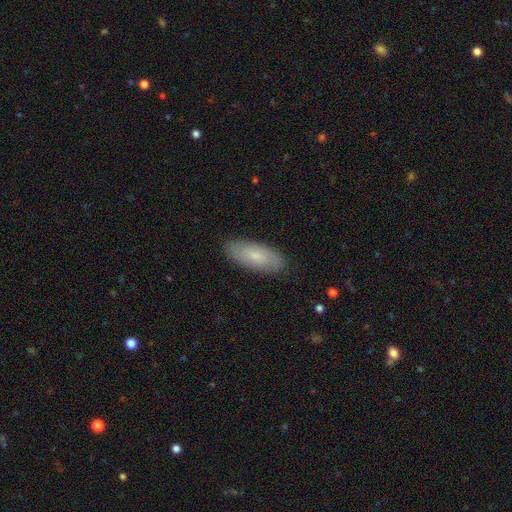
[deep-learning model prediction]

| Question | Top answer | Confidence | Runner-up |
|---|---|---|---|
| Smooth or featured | smooth | 73% | featured or disk (21%) |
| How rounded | in between | 82% | cigar-shaped (16%) |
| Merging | none | 87% | minor disturbance (10%) |